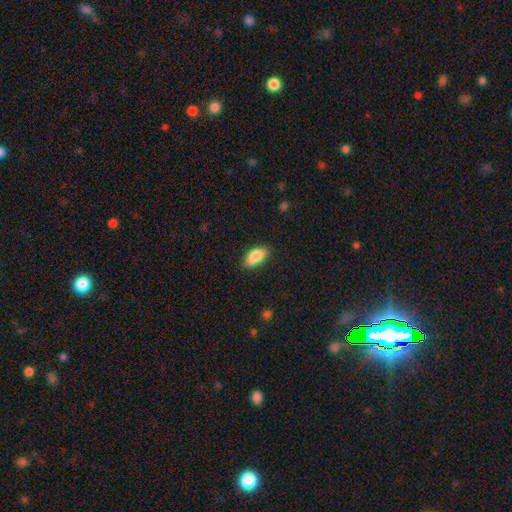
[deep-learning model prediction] A smooth galaxy with no disk features (84%) that is in between round and cigar-shaped (90%).

Vote fractions:
- Smooth or featured? smooth: 84% / featured or disk: 9% / star or artifact: 7%
- How rounded? in between: 90% / cigar-shaped: 6% / round: 4%
- Merging? none: 71% / minor disturbance: 22% / major disturbance: 4% / merger: 3%